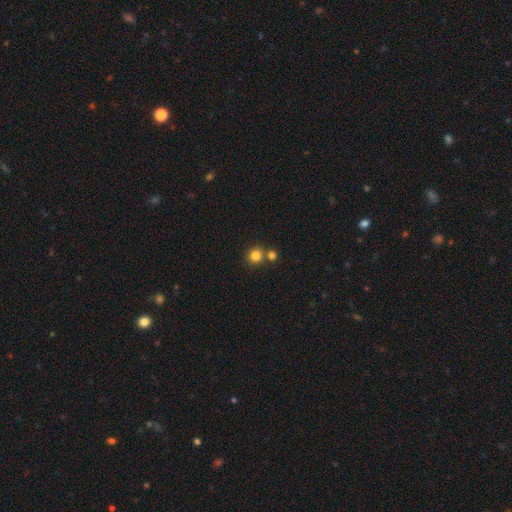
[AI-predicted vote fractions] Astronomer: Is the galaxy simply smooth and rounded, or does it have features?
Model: smooth — 81%.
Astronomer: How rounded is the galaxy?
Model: round — 92%.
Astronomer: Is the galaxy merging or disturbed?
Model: none — 67%.